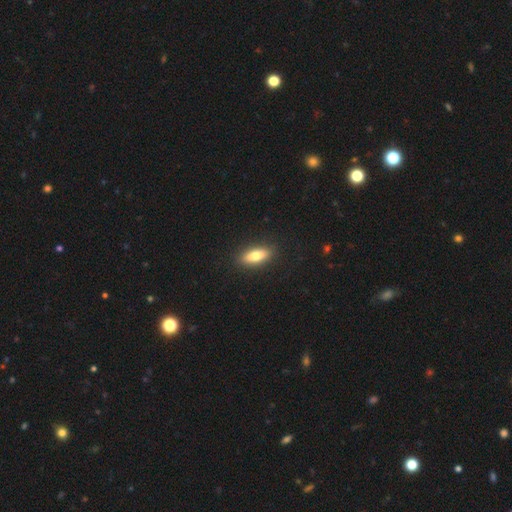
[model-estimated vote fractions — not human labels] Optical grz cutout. It shows a smooth galaxy with no disk features (73%) that is in between round and cigar-shaped (69%). Merging: none (90%).